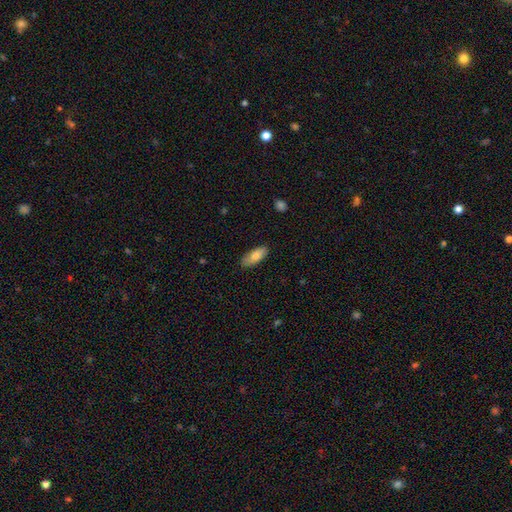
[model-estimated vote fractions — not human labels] This is likely a smooth galaxy (78%). How rounded: likely in between (77%). Merging: clearly none (84%).